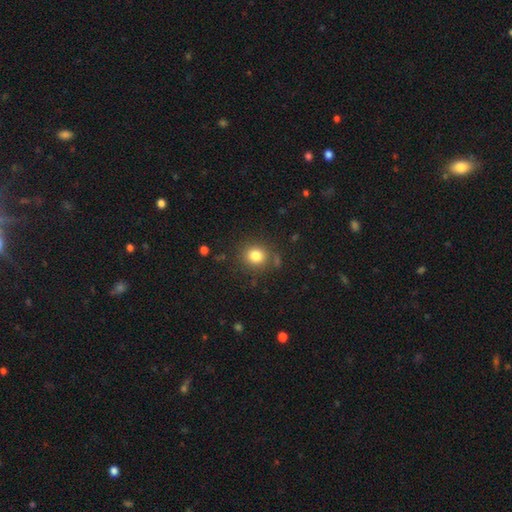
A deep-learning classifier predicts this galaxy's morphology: The model was most divided on "how rounded": round: 81%, in between: 18%, cigar-shaped: 1%. More confident: merging — none (82%); smooth or featured — smooth (81%).